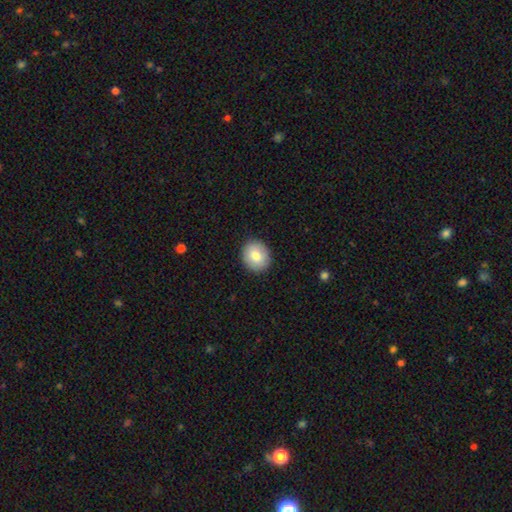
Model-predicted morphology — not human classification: type=smooth (80%); roundness=round (76%); merging=none (90%).